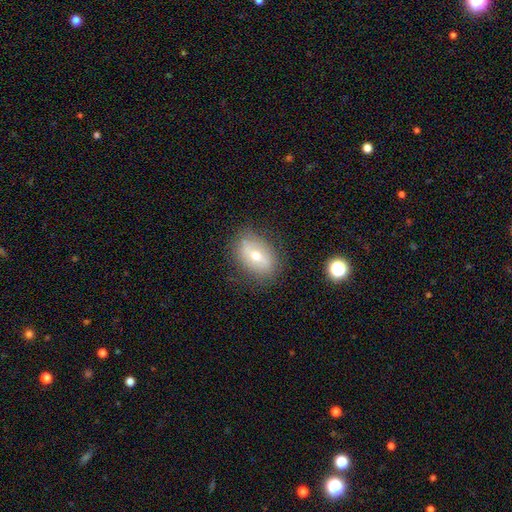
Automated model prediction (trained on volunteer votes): This is possibly a smooth galaxy (47%). Merging: likely none (79%).